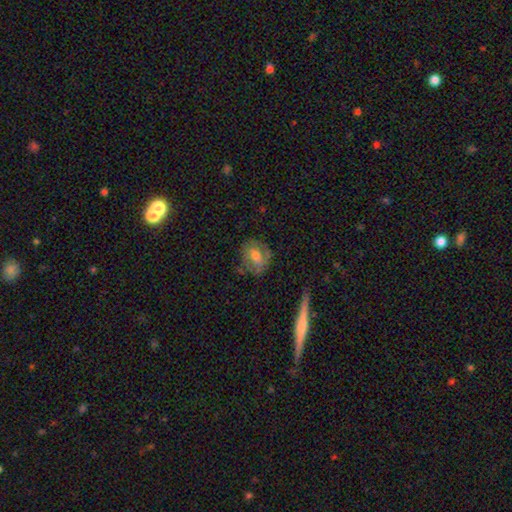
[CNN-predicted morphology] This is possibly a smooth galaxy (50%). Merging: likely none (63%).